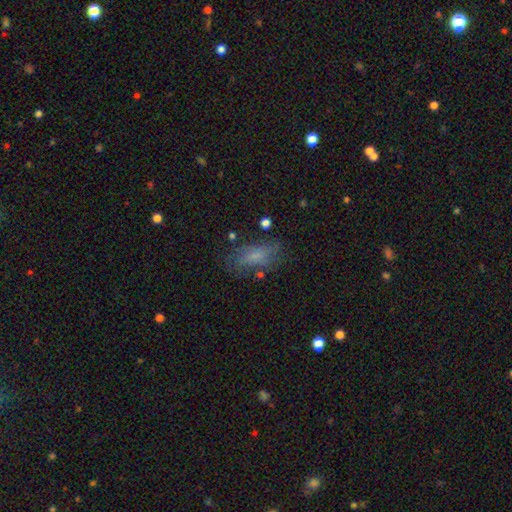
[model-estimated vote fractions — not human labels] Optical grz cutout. It shows a smooth galaxy with no disk features (63%) that is in between round and cigar-shaped (76%). Merging: none (63%).